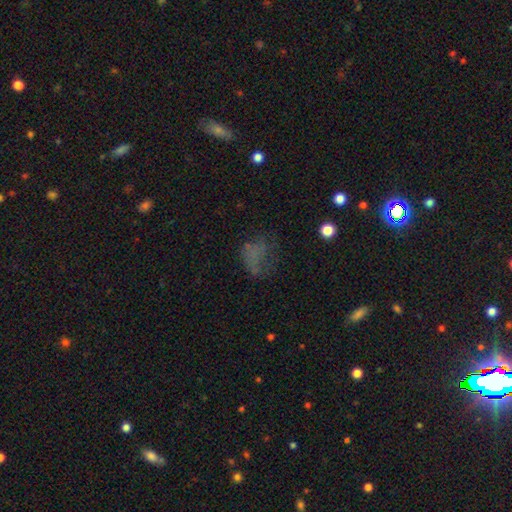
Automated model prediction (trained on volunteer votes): Smooth or featured? smooth (49%)
Merging? none (41%)